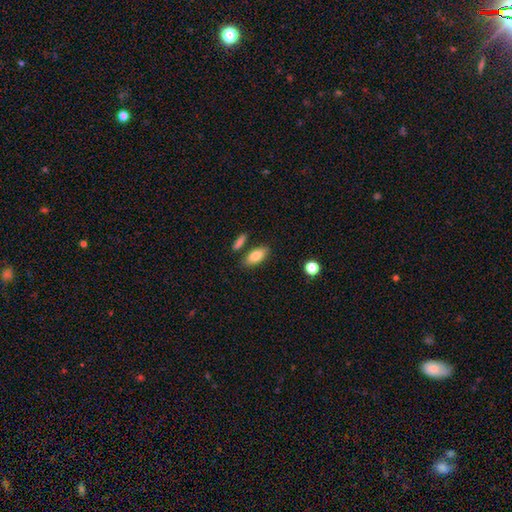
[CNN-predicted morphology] type=smooth (84%); roundness=in between (84%); merging=none (78%).